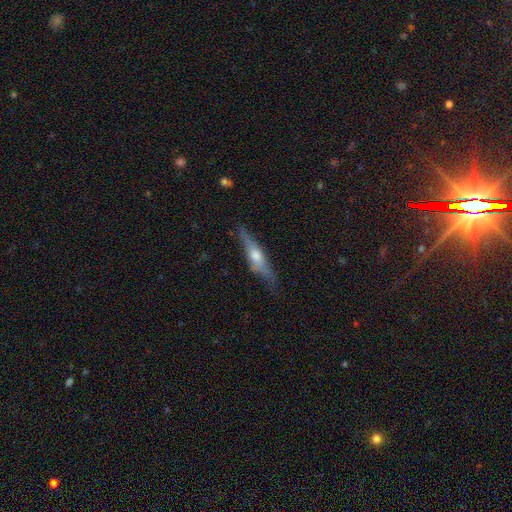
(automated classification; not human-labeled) Morphology: type=featured or disk (63%); edge-on=yes (92%); edge-on bulge=rounded (87%); merging=none (76%).